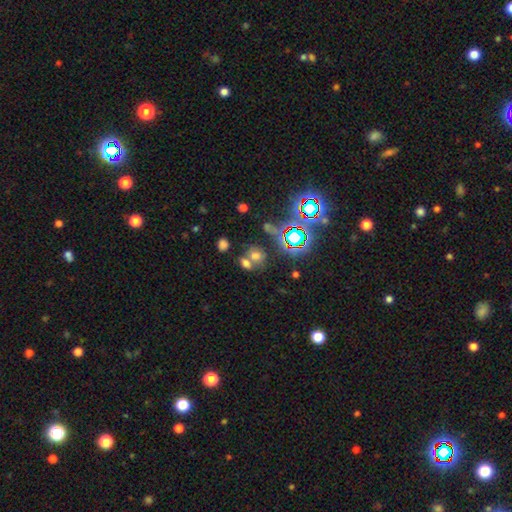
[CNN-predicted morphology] The model was most divided on "how rounded": in between: 49%, round: 48%, cigar-shaped: 2%. Remaining: smooth or featured — smooth (55%); merging — merger (46%).